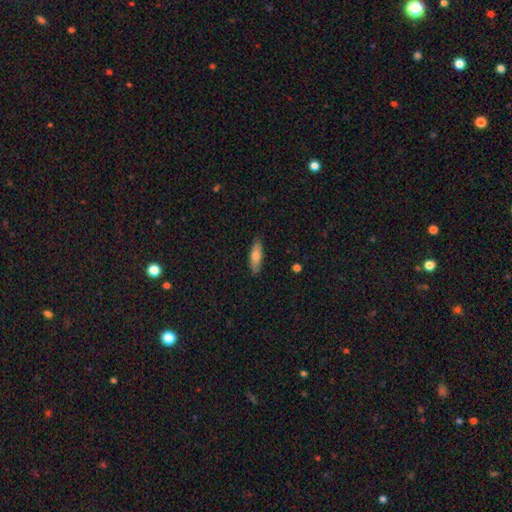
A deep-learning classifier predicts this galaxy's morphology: Overall: smooth (72%). How rounded: in between (51%; cigar-shaped 47%). Merging: none (87%).